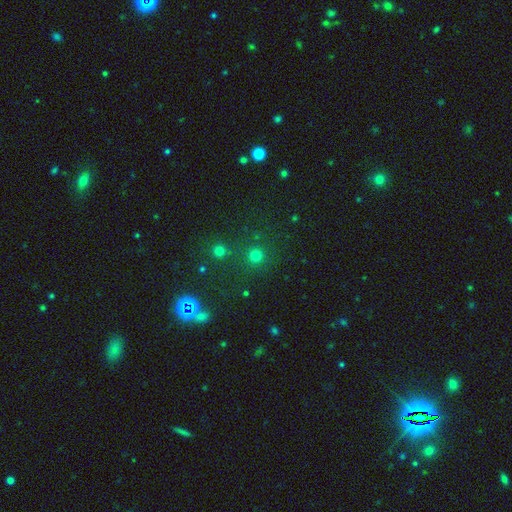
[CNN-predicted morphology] A smooth galaxy with no disk features (73%) that is round (94%). Merging: none (82%).